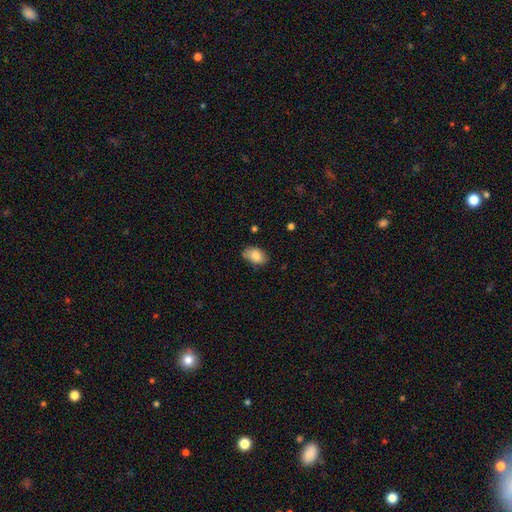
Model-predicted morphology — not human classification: Smooth or featured? Predicted: smooth (p=0.85). How rounded? Predicted: in between (p=0.90). Merging? Predicted: none (p=0.77).